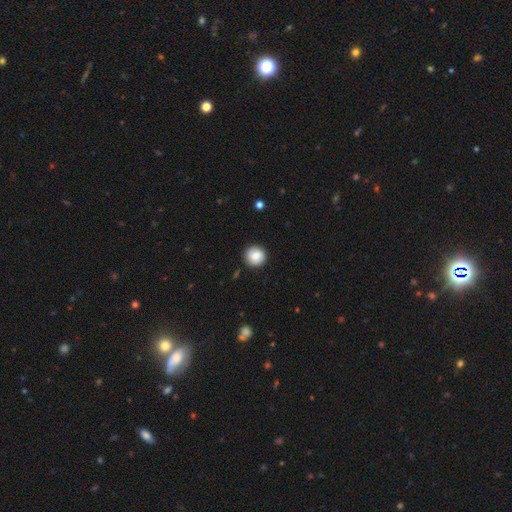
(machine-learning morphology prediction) type=smooth (85%); roundness=round (94%); merging=none (90%).